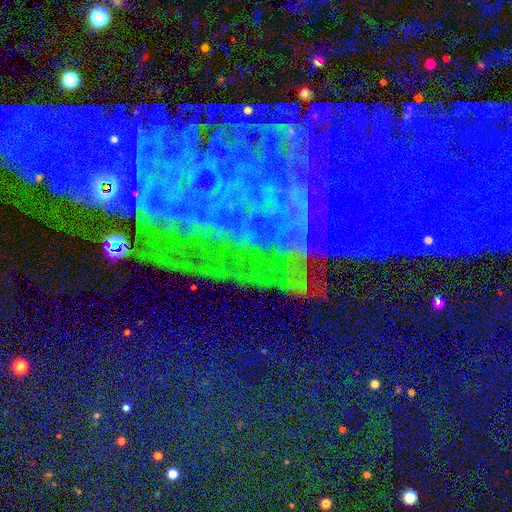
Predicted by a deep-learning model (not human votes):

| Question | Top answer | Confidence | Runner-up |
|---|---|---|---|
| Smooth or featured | star or artifact | 82% | featured or disk (10%) |